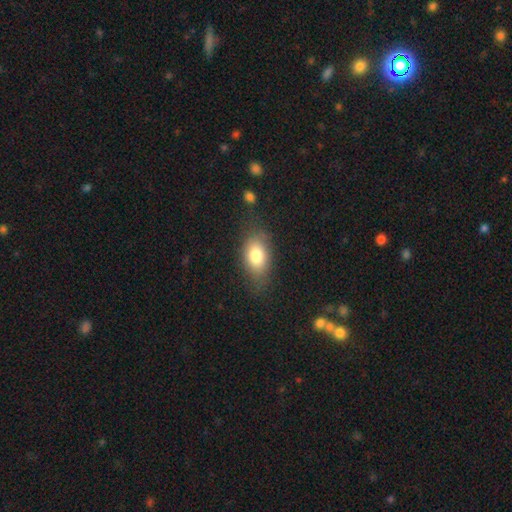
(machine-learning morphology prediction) Q: Smooth or featured?
A: smooth (78%); runner-up: featured or disk (13%)
Q: How rounded?
A: in between (84%); runner-up: round (13%)
Q: Merging?
A: none (71%); runner-up: minor disturbance (19%)